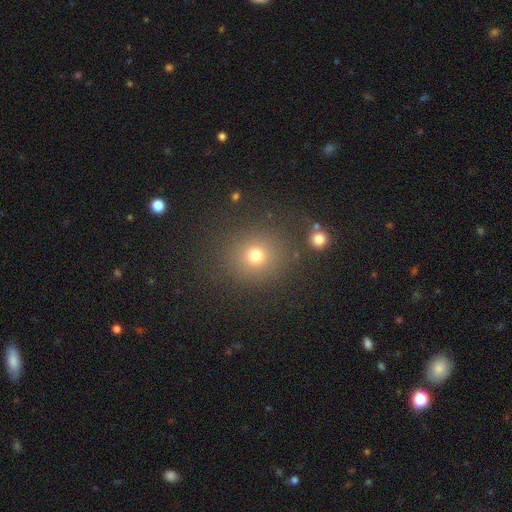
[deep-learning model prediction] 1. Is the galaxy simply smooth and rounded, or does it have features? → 74% smooth, 19% star or artifact, 8% featured or disk.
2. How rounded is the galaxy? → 85% round, 14% in between, 1% cigar-shaped.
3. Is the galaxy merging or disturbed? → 83% none, 9% minor disturbance, 4% major disturbance, 4% merger.